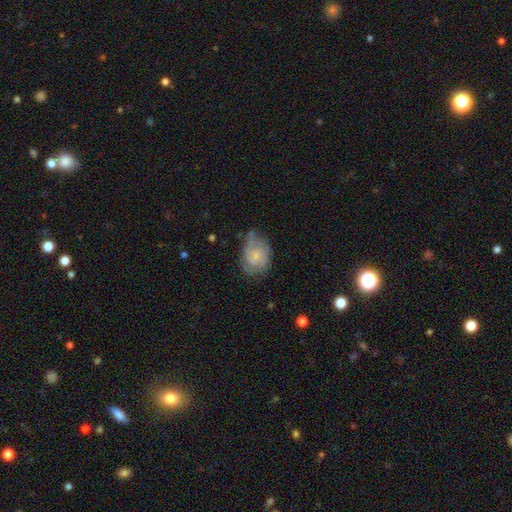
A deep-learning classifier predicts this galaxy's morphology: smooth_or_featured: featured or disk (p=0.52) [alt: smooth p=0.40]
disk_edge_on: no (p=0.97) [alt: yes p=0.03]
bar: no (p=0.74) [alt: weak p=0.23]
has_spiral_arms: yes (p=0.80) [alt: no p=0.20]
bulge_size: small (p=0.57) [alt: moderate p=0.20]
merging: none (p=0.51) [alt: minor disturbance p=0.32]